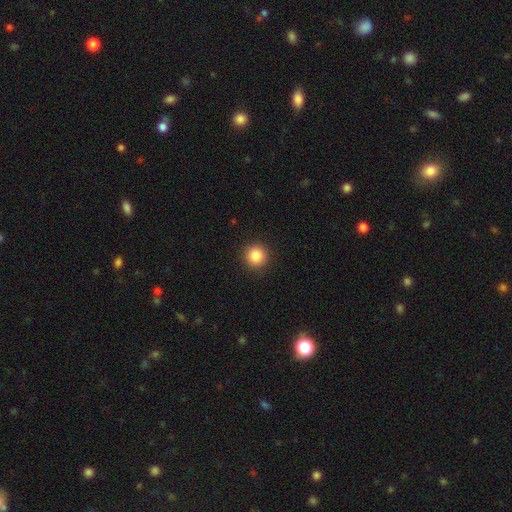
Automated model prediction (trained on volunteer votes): smooth_or_featured: smooth (p=0.86) [alt: star or artifact p=0.10]
how_rounded: round (p=0.94) [alt: in between p=0.05]
merging: none (p=0.92) [alt: minor disturbance p=0.05]